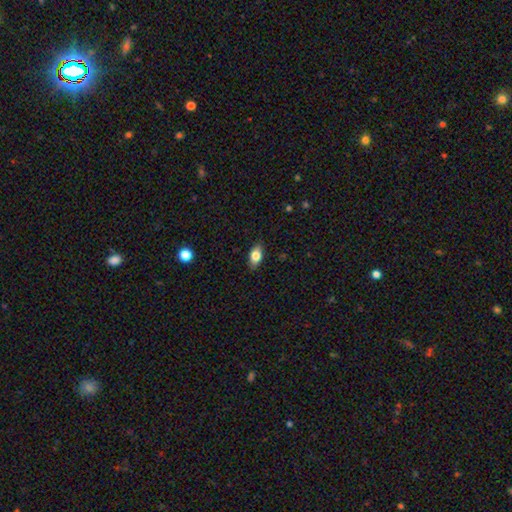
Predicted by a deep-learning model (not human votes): Smooth or featured?
  - smooth: 75% *
  - featured or disk: 17%
  - star or artifact: 8%
How rounded?
  - in between: 86% *
  - round: 8%
  - cigar-shaped: 6%
Merging?
  - none: 85% *
  - minor disturbance: 11%
  - major disturbance: 2%
  - merger: 1%